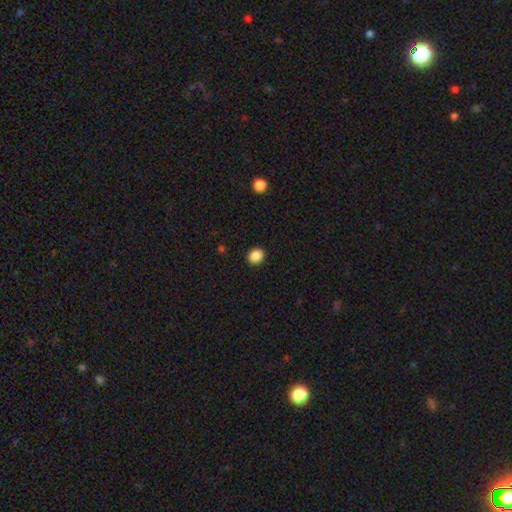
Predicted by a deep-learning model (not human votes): This is clearly a smooth galaxy (87%). How rounded: likely round (68%). Merging: clearly none (91%).